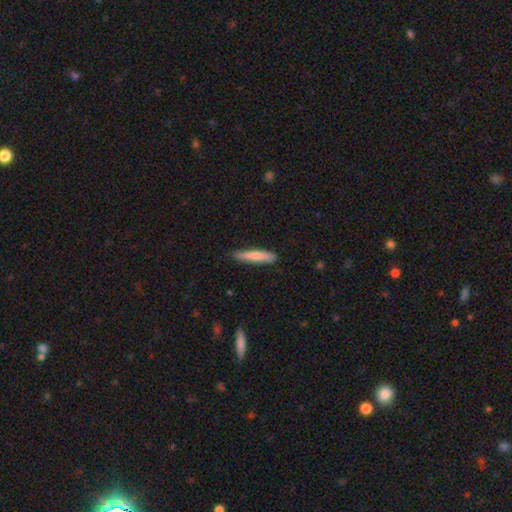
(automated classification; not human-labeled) Smooth or featured: smooth — 76% (featured or disk — 18%)
How rounded: cigar-shaped — 90% (in between — 9%)
Merging: none — 82% (minor disturbance — 15%)